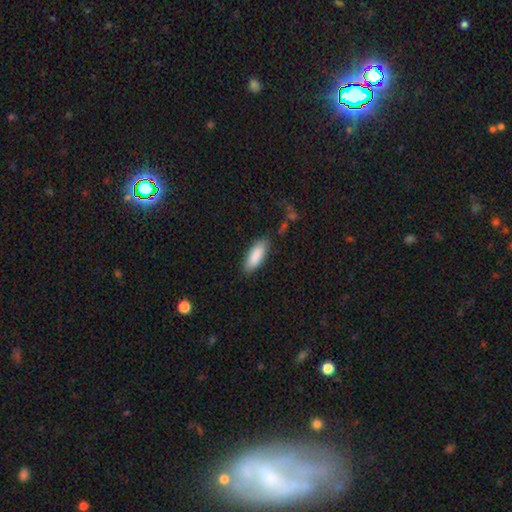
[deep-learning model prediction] Overall: smooth (88%). How rounded: in between (77%). Merging: none (82%).